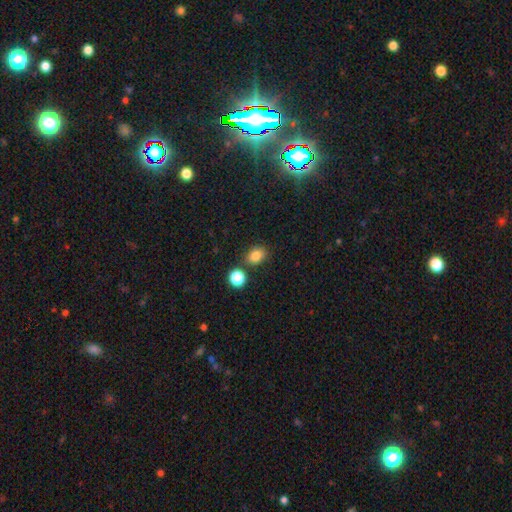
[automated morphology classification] A smooth galaxy with no disk features (83%) that is in between round and cigar-shaped (61%). Merging: none (75%).